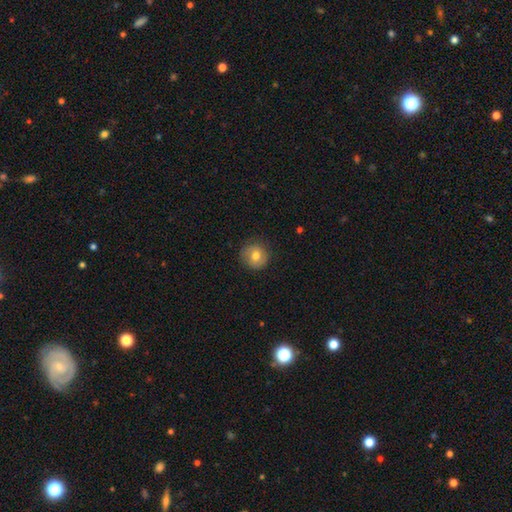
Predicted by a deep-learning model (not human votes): Smooth or featured?
  - smooth: 72% *
  - featured or disk: 19%
  - star or artifact: 9%
How rounded?
  - round: 91% *
  - in between: 8%
  - cigar-shaped: 1%
Merging?
  - none: 83% *
  - minor disturbance: 12%
  - major disturbance: 3%
  - merger: 1%